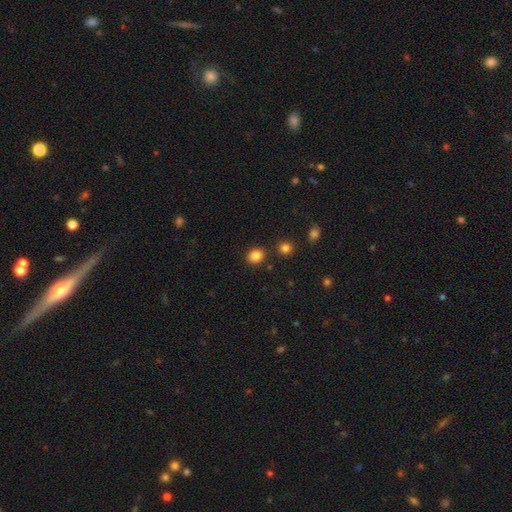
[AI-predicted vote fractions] smooth 85%, star or artifact 11%, featured or disk 4%. Down the decision tree: how rounded — round (64%); merging — none (84%).